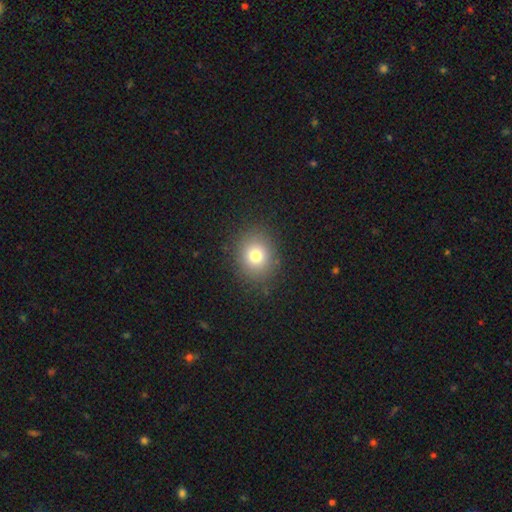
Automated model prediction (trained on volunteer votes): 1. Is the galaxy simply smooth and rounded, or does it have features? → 76% smooth, 14% star or artifact, 10% featured or disk.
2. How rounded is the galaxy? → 73% round, 26% in between, 1% cigar-shaped.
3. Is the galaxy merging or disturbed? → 86% none, 9% minor disturbance, 4% major disturbance, 1% merger.